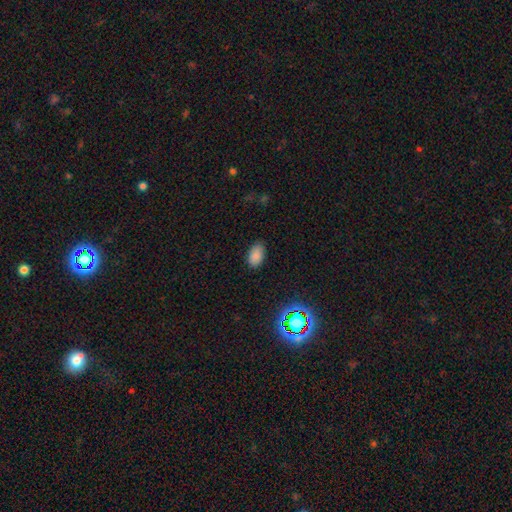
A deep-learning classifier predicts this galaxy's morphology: smooth 83%, star or artifact 12%, featured or disk 5%. Down the decision tree: how rounded — in between (92%); merging — none (84%).